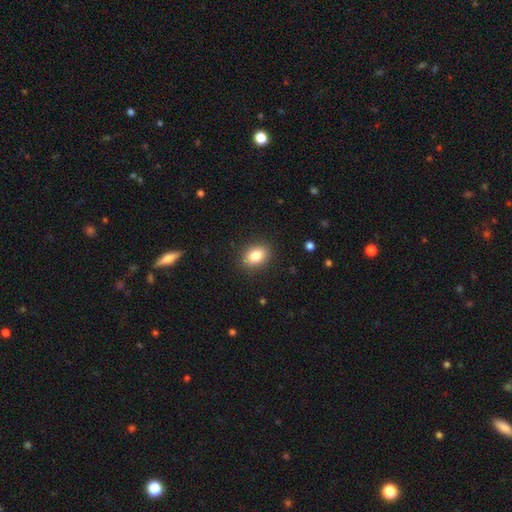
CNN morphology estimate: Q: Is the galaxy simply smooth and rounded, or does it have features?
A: smooth — 84%.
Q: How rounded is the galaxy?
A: in between — 75%.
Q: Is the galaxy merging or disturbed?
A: none — 88%.